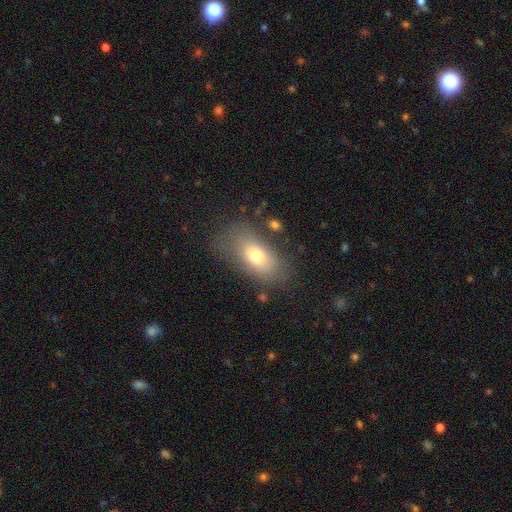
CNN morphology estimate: Smooth or featured? smooth (71%)
How rounded? in between (87%)
Merging? none (70%)